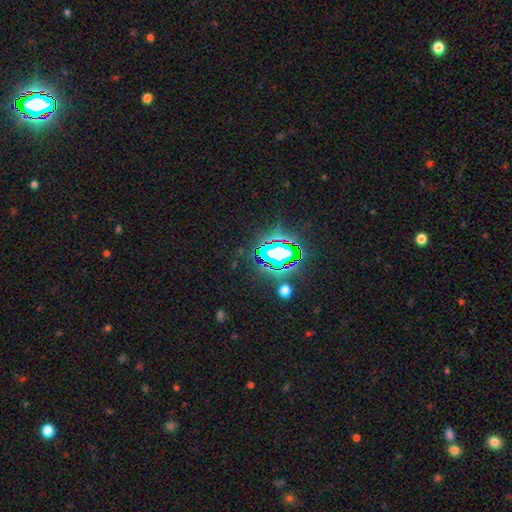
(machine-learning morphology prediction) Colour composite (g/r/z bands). It shows a star or artifact, not a galaxy (78%).